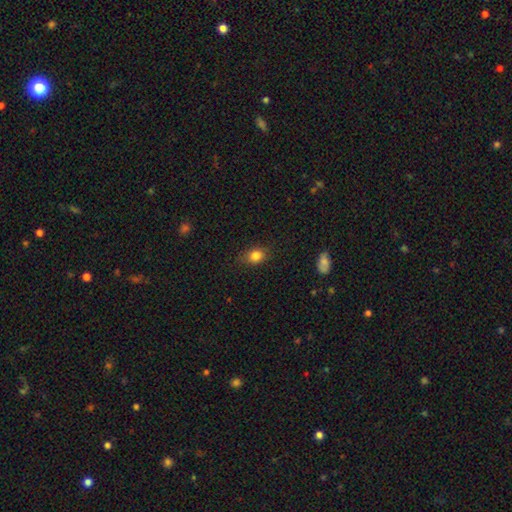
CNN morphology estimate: smooth-or-featured: smooth: 83% | star or artifact: 11% | featured or disk: 6%
  how-rounded: in between: 50% | round: 49% | cigar-shaped: 2%
  merging: none: 79% | minor disturbance: 16% | major disturbance: 4% | merger: 1%